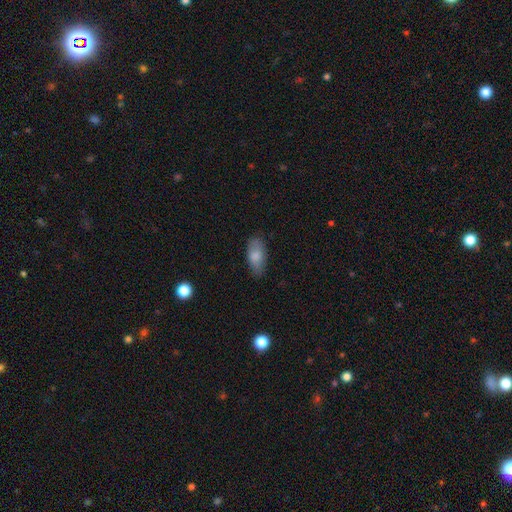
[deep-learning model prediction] Q: Smooth or featured?
A: smooth (81%); runner-up: featured or disk (13%)
Q: How rounded?
A: in between (90%); runner-up: cigar-shaped (8%)
Q: Merging?
A: none (80%); runner-up: minor disturbance (16%)